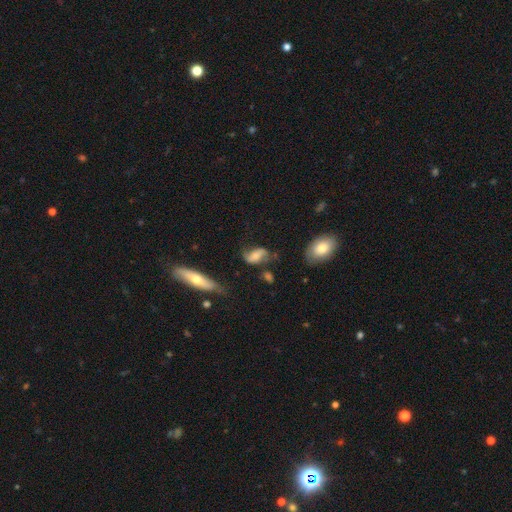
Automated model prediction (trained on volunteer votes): This appears to be a featured or disk galaxy (49%). Merging: none (54%).